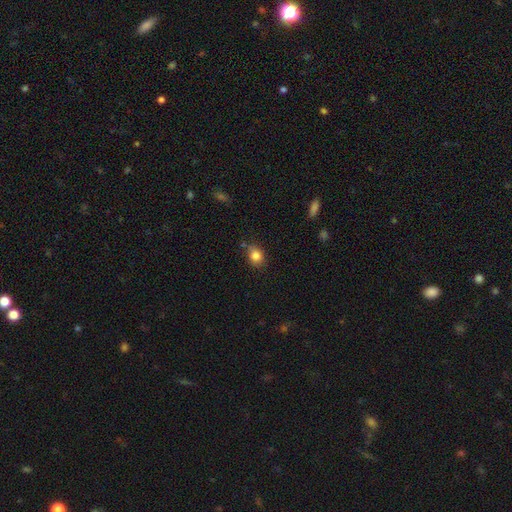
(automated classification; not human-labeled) smooth 83%, star or artifact 10%, featured or disk 7%. Down the decision tree: how rounded — round (57%); merging — none (72%).